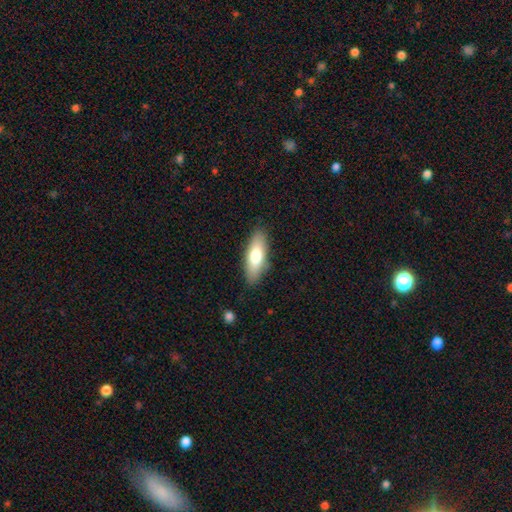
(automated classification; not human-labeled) This is likely a smooth galaxy (72%). How rounded: likely in between (63%). Merging: clearly none (86%).